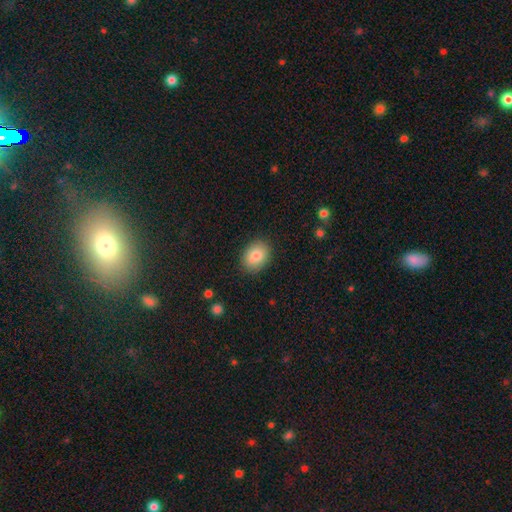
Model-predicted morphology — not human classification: smooth_or_featured: smooth (p=0.83) [alt: featured or disk p=0.09]
how_rounded: in between (p=0.66) [alt: round p=0.33]
merging: none (p=0.86) [alt: minor disturbance p=0.10]